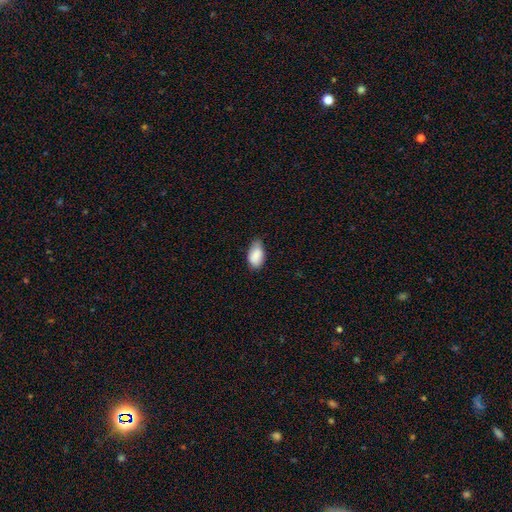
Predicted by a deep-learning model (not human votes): This is clearly a smooth galaxy (87%). How rounded: clearly in between (93%). Merging: possibly none (59%).